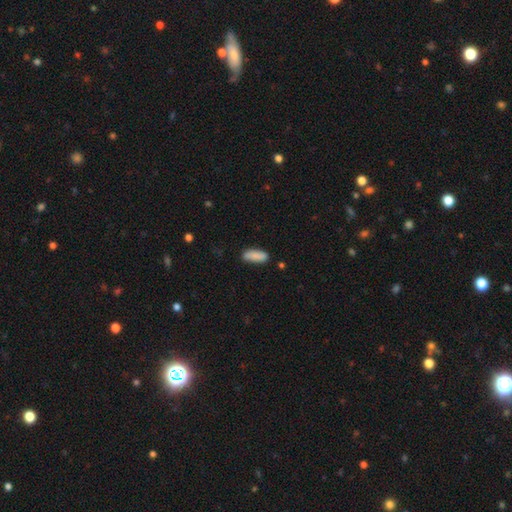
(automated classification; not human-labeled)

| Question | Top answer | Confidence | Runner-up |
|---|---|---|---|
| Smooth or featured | smooth | 87% | featured or disk (7%) |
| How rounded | in between | 68% | cigar-shaped (30%) |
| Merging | none | 82% | minor disturbance (14%) |